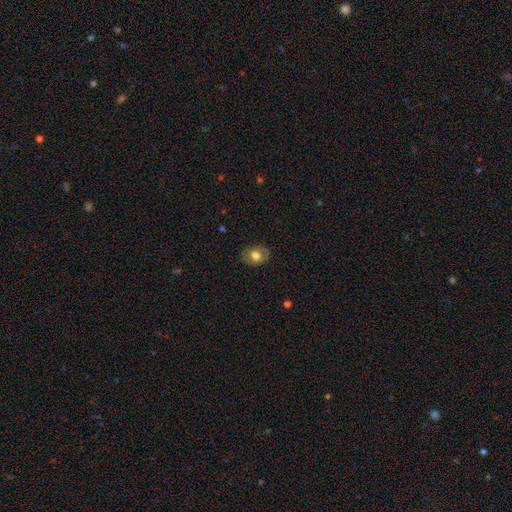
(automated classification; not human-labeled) Smooth or featured: smooth — 55% (featured or disk — 38%)
How rounded: in between — 64% (round — 35%)
Merging: none — 82% (minor disturbance — 13%)